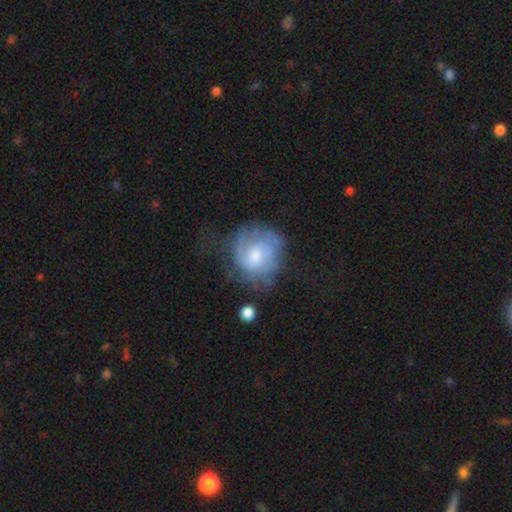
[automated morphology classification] Smooth or featured? Predicted: featured or disk (p=0.65). Edge-on disk? Predicted: no (p=0.97). Bar? Predicted: no (p=0.67). Spiral arms? Predicted: yes (p=0.83). Spiral winding? Predicted: tight (p=0.54). Spiral arm count? Predicted: can't tell (p=0.41). Bulge size? Predicted: moderate (p=0.53). Merging? Predicted: none (p=0.57).